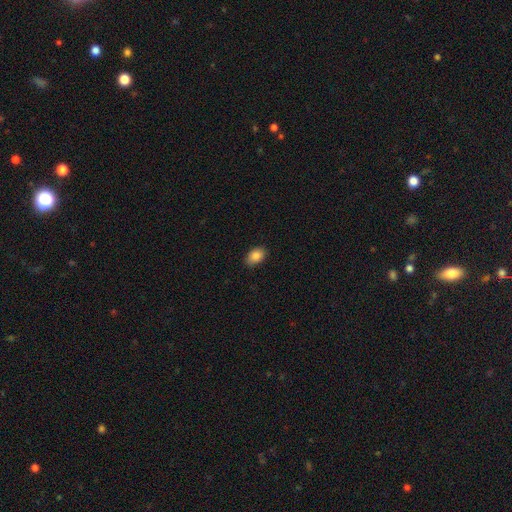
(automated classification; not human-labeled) The model was most divided on "how rounded": in between: 87%, round: 12%, cigar-shaped: 1%. More confident: merging — none (87%); smooth or featured — smooth (86%).